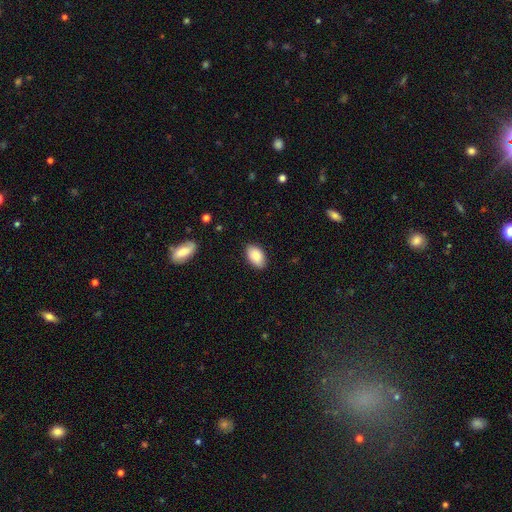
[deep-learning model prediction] Smooth or featured?
  - smooth: 87% *
  - featured or disk: 7%
  - star or artifact: 7%
How rounded?
  - in between: 93% *
  - round: 5%
  - cigar-shaped: 1%
Merging?
  - none: 85% *
  - minor disturbance: 11%
  - major disturbance: 2%
  - merger: 1%